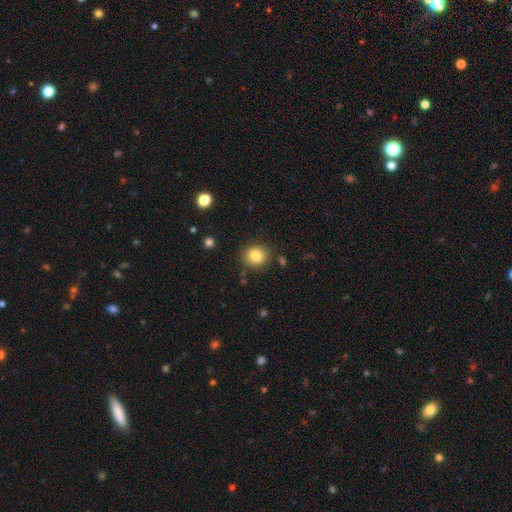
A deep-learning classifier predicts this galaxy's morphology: Smooth or featured?
  - smooth: 84% *
  - star or artifact: 10%
  - featured or disk: 6%
How rounded?
  - round: 79% *
  - in between: 21%
  - cigar-shaped: 1%
Merging?
  - none: 85% *
  - minor disturbance: 10%
  - major disturbance: 3%
  - merger: 2%